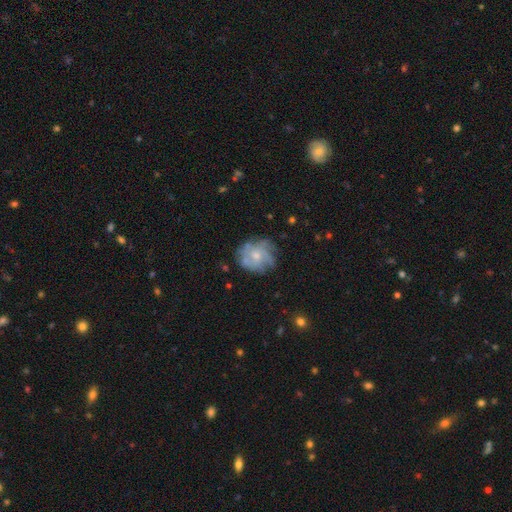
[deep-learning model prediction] This appears to be a featured or disk galaxy (66%) with no bar (78%), tight (46%) spiral arms (80%) and a small central bulge (48%). Merging: none (67%).